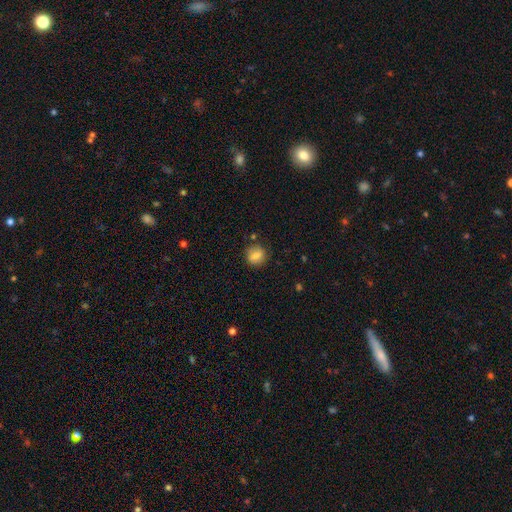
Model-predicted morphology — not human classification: Overall: smooth (72%). How rounded: round (79%). Merging: none (81%).